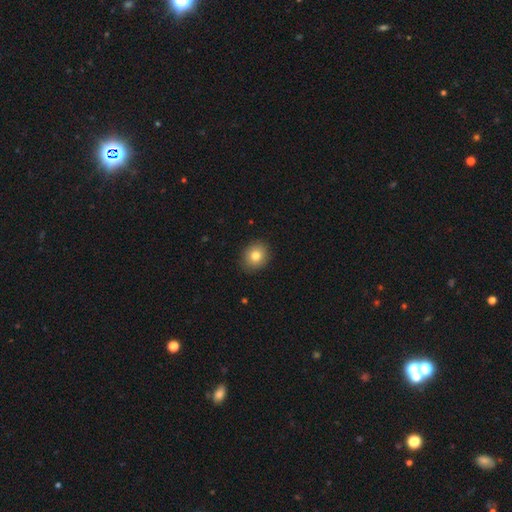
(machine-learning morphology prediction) Smooth or featured? Predicted: smooth (p=0.80). How rounded? Predicted: round (p=0.73). Merging? Predicted: none (p=0.88).